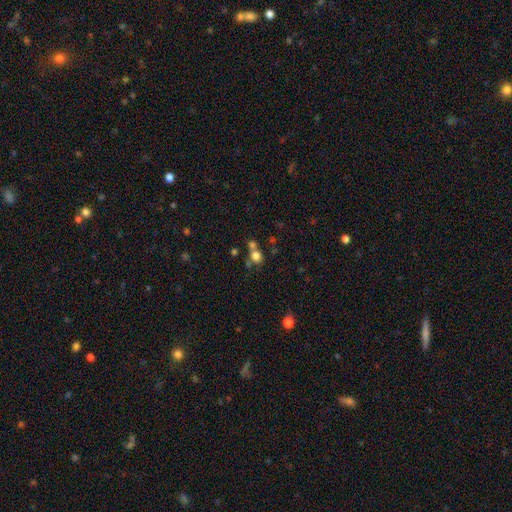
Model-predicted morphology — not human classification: A smooth galaxy with no disk features (75%) that is round (77%). Merging: none (48%).